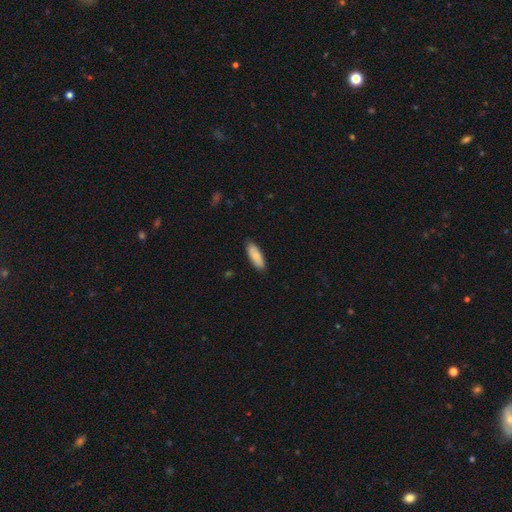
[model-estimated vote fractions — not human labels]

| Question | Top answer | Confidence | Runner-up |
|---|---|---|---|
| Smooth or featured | smooth | 85% | featured or disk (9%) |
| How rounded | in between | 67% | cigar-shaped (32%) |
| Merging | none | 88% | minor disturbance (9%) |